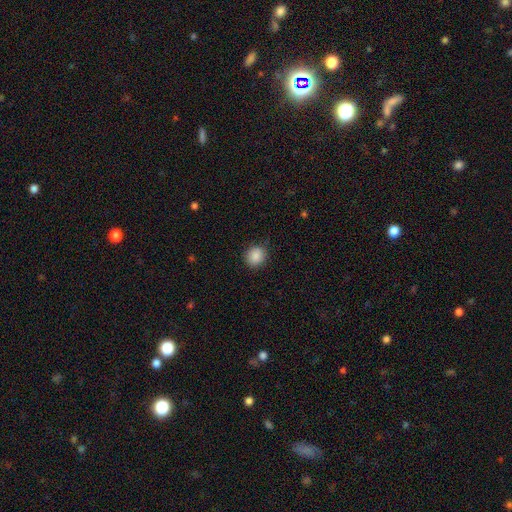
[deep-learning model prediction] Overall: smooth (87%). How rounded: round (83%). Merging: none (86%).